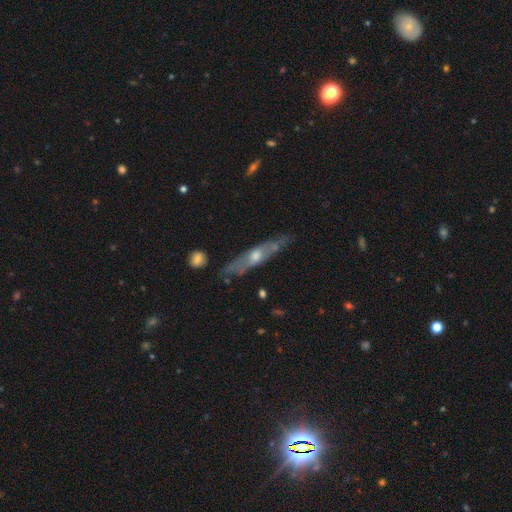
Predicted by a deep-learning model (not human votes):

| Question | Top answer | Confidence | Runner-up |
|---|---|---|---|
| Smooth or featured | featured or disk | 66% | smooth (28%) |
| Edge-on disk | yes | 72% | no (28%) |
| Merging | none | 73% | minor disturbance (18%) |